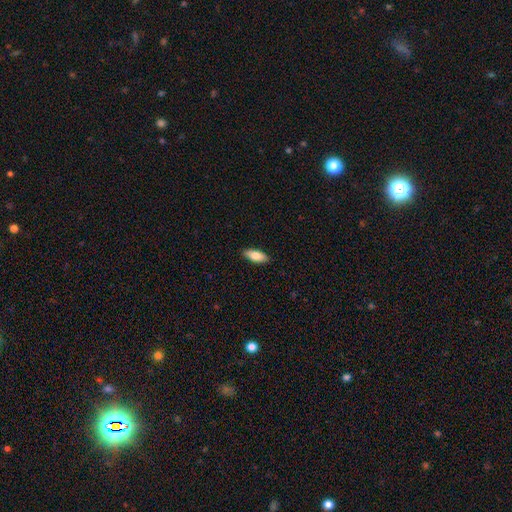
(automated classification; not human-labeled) A smooth galaxy with no disk features (79%) that is in between round and cigar-shaped (81%).

Vote fractions:
- Smooth or featured? smooth: 79% / featured or disk: 15% / star or artifact: 6%
- How rounded? in between: 81% / cigar-shaped: 17% / round: 2%
- Merging? none: 89% / minor disturbance: 8% / major disturbance: 2% / merger: 1%